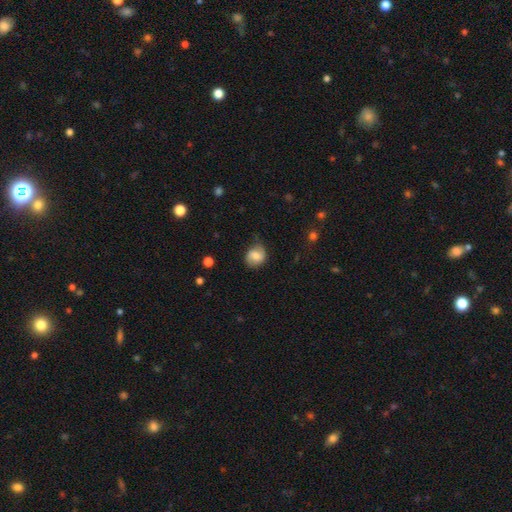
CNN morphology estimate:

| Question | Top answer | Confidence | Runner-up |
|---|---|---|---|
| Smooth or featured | smooth | 55% | featured or disk (37%) |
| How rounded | round | 63% | in between (36%) |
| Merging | none | 69% | minor disturbance (23%) |